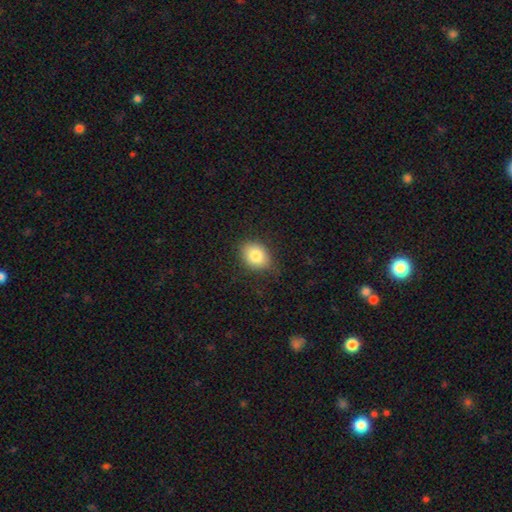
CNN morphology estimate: The model was most divided on "how rounded": in between: 62%, round: 37%, cigar-shaped: 1%. More confident: smooth or featured — smooth (84%); merging — none (79%).